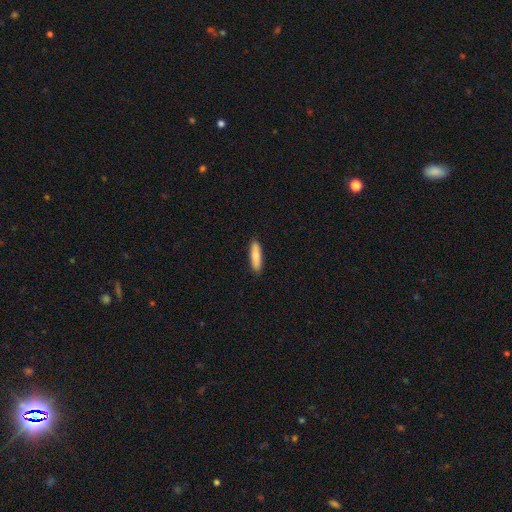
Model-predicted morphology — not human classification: Smooth or featured? Predicted: smooth (p=0.77). How rounded? Predicted: cigar-shaped (p=0.69). Merging? Predicted: none (p=0.90).